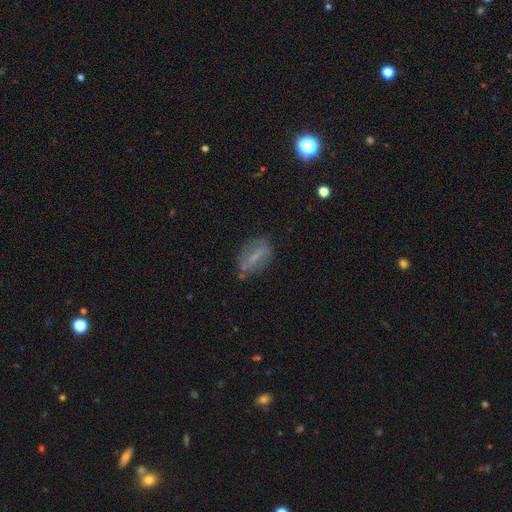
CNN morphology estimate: This is possibly a smooth galaxy (55%). How rounded: likely in between (76%). Merging: likely none (65%).